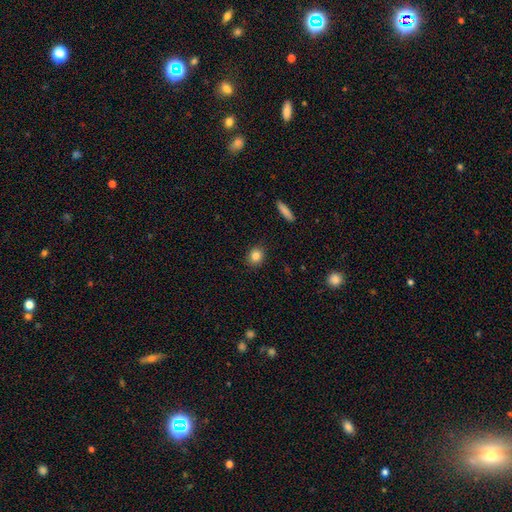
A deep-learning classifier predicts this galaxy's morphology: Smooth or featured: smooth — 84% (star or artifact — 10%)
How rounded: round — 71% (in between — 28%)
Merging: none — 89% (minor disturbance — 7%)